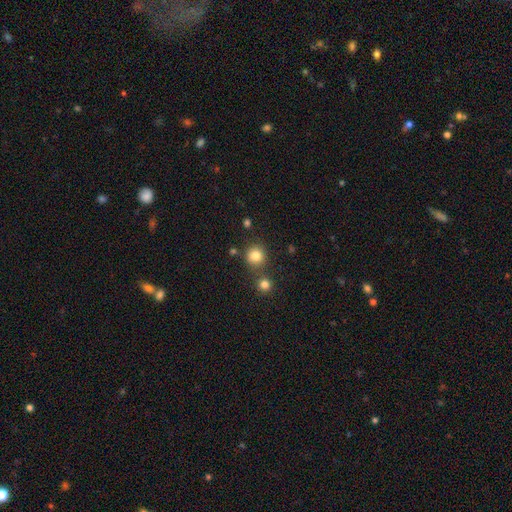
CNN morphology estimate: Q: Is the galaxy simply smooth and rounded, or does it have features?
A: smooth — 82%.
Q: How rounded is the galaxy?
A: round — 90%.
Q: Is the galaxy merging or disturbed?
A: none — 76%.